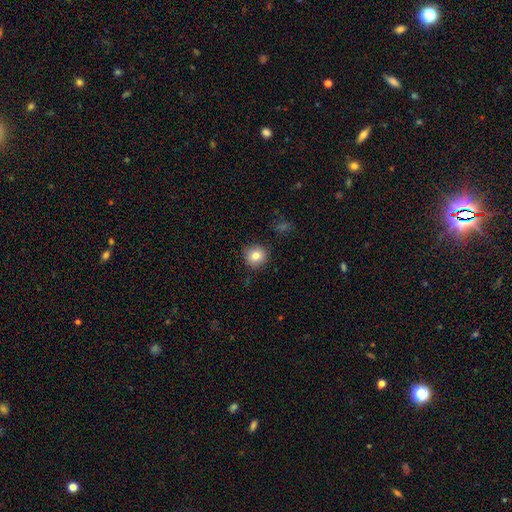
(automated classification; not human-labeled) Overall: smooth (82%). How rounded: round (93%). Merging: none (89%).